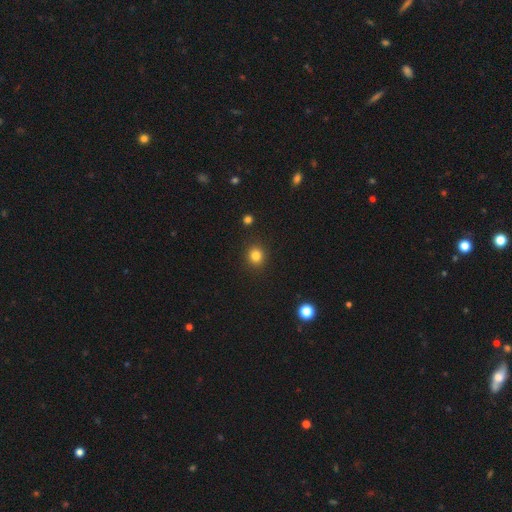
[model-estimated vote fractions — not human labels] Overall: smooth (83%). How rounded: round (87%). Merging: none (90%).